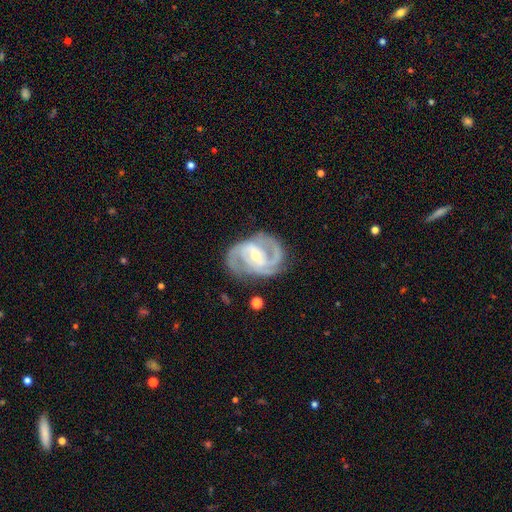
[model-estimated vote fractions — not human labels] Morphology: type=featured or disk (92%); edge-on=no (98%); bar=weak (45%); spiral arms=yes (98%); winding=medium (49%); arm count=2 (44%); bulge=small (52%); merging=none (73%).